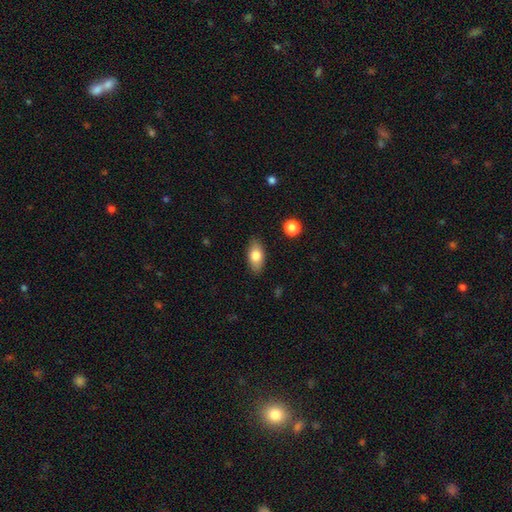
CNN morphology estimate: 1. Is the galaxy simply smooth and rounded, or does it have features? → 79% smooth, 14% featured or disk, 7% star or artifact.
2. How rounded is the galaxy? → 90% in between, 5% cigar-shaped, 5% round.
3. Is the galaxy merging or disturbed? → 87% none, 10% minor disturbance, 2% major disturbance, 1% merger.